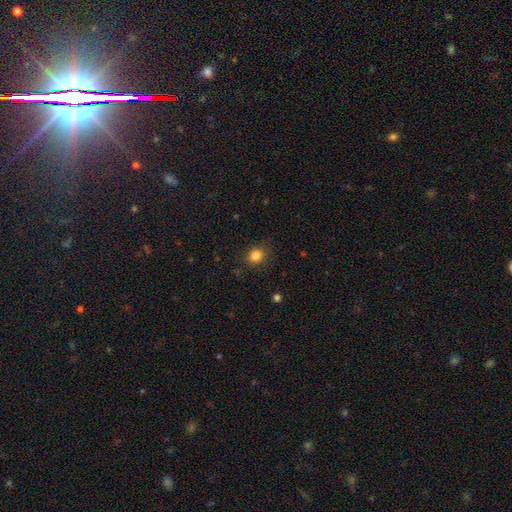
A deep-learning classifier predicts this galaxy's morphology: The model was most divided on "how rounded": round: 75%, in between: 24%, cigar-shaped: 1%. More confident: merging — none (86%); smooth or featured — smooth (84%).